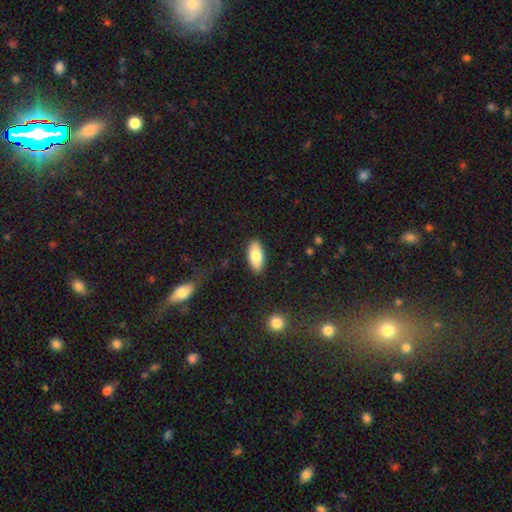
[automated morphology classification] Smooth or featured: smooth — 80% (featured or disk — 14%)
How rounded: in between — 89% (cigar-shaped — 9%)
Merging: none — 87% (minor disturbance — 9%)